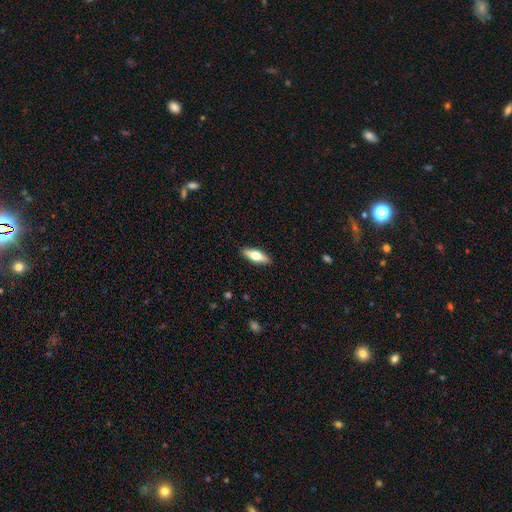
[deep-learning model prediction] smooth 52%, featured or disk 42%, star or artifact 6%. Down the decision tree: how rounded — in between (55%); merging — none (90%).